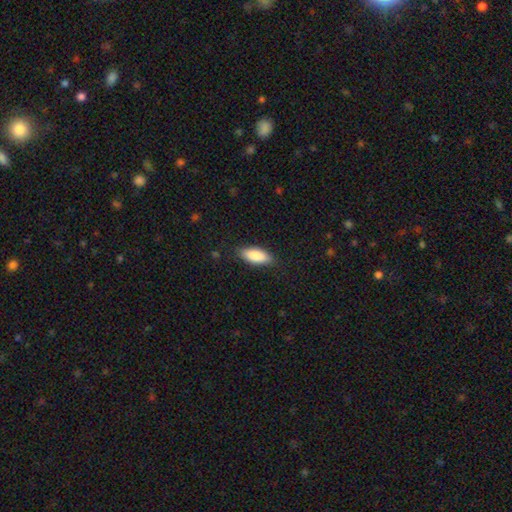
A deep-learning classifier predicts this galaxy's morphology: smooth-or-featured: smooth: 86% | featured or disk: 9% | star or artifact: 6%
  how-rounded: in between: 80% | cigar-shaped: 18% | round: 2%
  merging: none: 83% | minor disturbance: 13% | major disturbance: 3% | merger: 1%